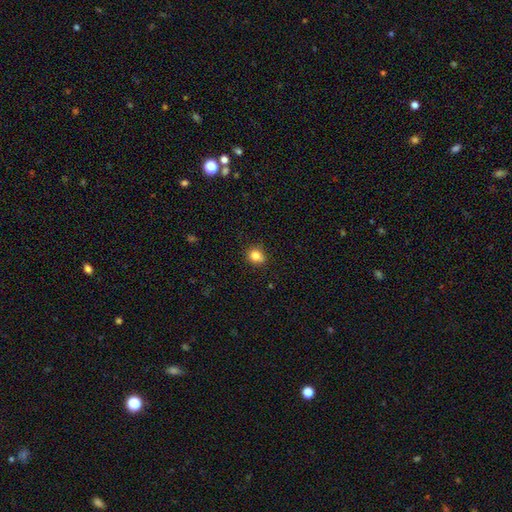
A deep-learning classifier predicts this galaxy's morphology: This appears to be a smooth galaxy with no disk features (82%) that is round (75%). Merging: none (80%).